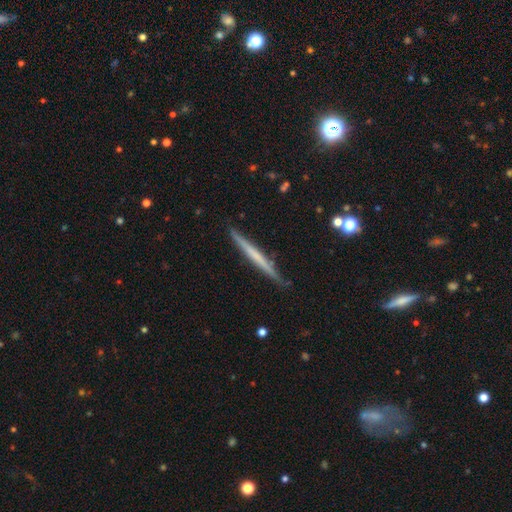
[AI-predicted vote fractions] Smooth or featured: featured or disk — 52% (smooth — 42%)
Edge-on disk: yes — 97% (no — 3%)
Edge-on bulge: none — 83% (rounded — 11%)
Merging: none — 88% (minor disturbance — 9%)